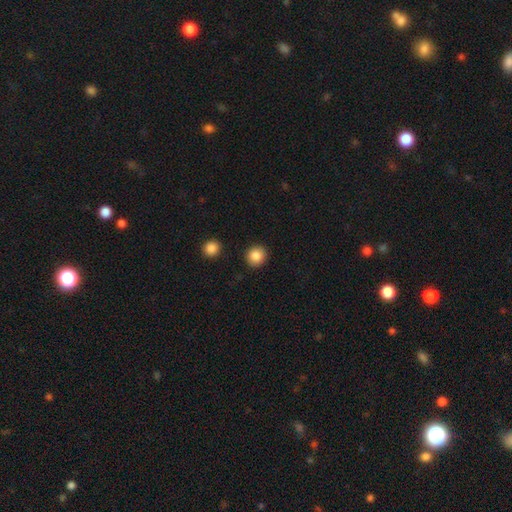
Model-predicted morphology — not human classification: Smooth or featured?
  - smooth: 86% *
  - star or artifact: 9%
  - featured or disk: 4%
How rounded?
  - round: 89% *
  - in between: 10%
  - cigar-shaped: 1%
Merging?
  - none: 91% *
  - minor disturbance: 6%
  - major disturbance: 2%
  - merger: 2%